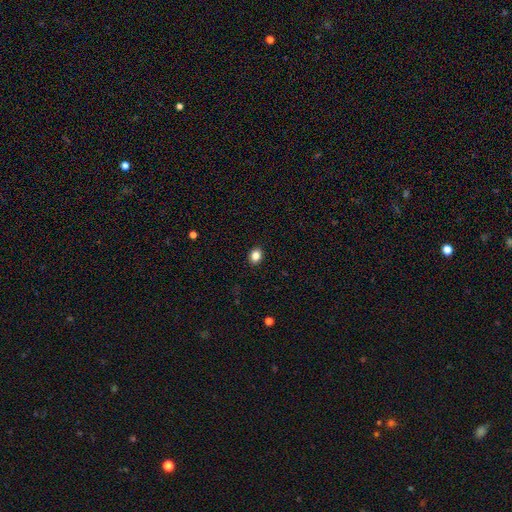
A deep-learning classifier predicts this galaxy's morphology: type=smooth (85%); roundness=in between (54%); merging=none (91%).